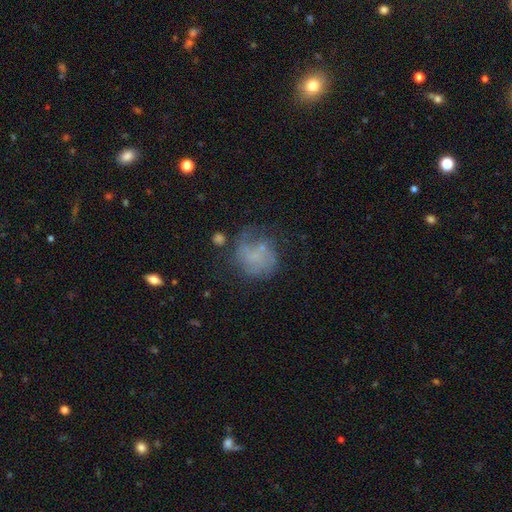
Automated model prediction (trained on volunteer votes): This is possibly a featured or disk galaxy (46%). Merging: possibly none (48%).